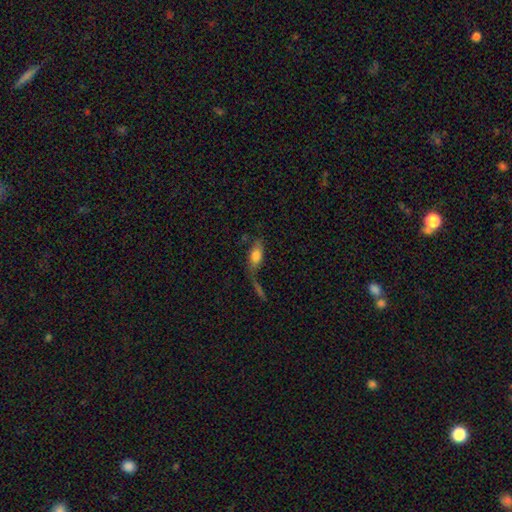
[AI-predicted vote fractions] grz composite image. It shows a smooth galaxy with no disk features (70%) that is in between round and cigar-shaped (80%). Merging: none (43%).